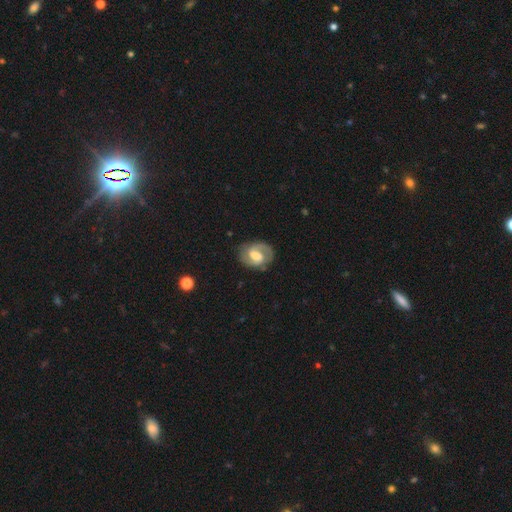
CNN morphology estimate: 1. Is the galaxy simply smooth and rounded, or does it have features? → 74% featured or disk, 20% smooth, 6% star or artifact.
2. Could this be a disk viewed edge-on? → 97% no, 3% yes.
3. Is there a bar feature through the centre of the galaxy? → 54% weak, 24% strong, 23% no.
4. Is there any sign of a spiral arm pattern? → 89% yes, 11% no.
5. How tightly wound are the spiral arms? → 47% medium, 36% tight, 17% loose.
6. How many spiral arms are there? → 83% 2, 8% can't tell, 6% 1, 1% 3, 1% 4, 1% more than 4.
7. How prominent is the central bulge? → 52% moderate, 25% large, 17% small, 4% none, 2% dominant.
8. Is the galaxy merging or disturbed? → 77% none, 16% minor disturbance, 6% major disturbance, 1% merger.